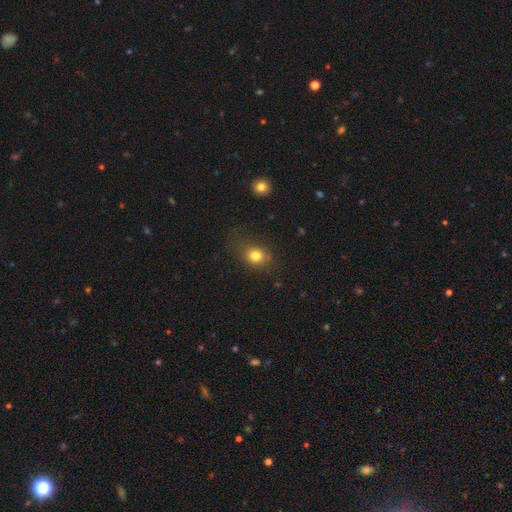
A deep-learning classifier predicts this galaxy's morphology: A smooth galaxy with no disk features (80%) that is round (66%).

Vote fractions:
- Smooth or featured? smooth: 80% / star or artifact: 13% / featured or disk: 8%
- How rounded? round: 66% / in between: 32% / cigar-shaped: 1%
- Merging? none: 71% / minor disturbance: 18% / major disturbance: 9% / merger: 2%